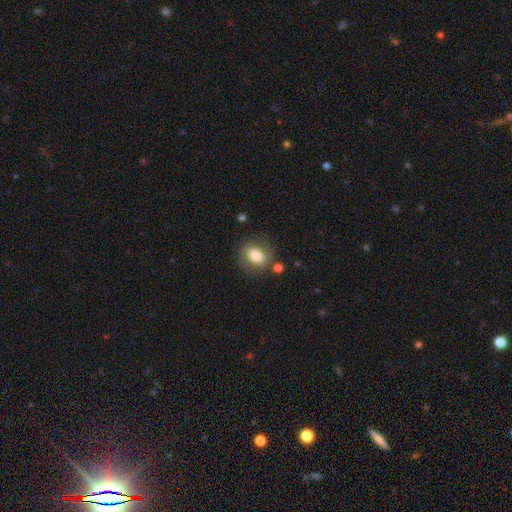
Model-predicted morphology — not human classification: The model was most divided on "how rounded": in between: 61%, round: 38%, cigar-shaped: 1%. More confident: smooth or featured — smooth (77%); merging — none (73%).